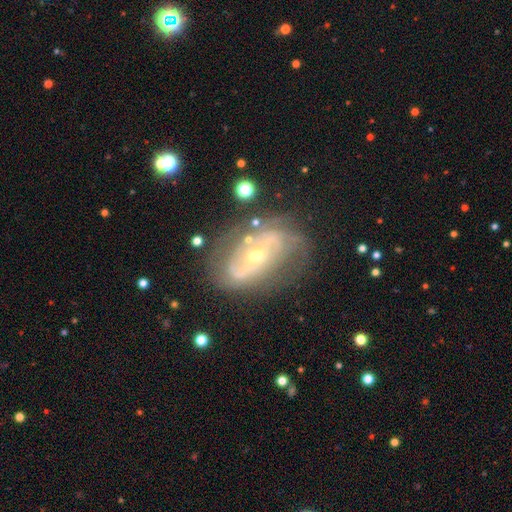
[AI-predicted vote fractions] The model was most divided on "bar": no: 34%, strong: 33%, weak: 32%. Remaining: edge-on disk — no (94%); spiral arms — yes (84%); smooth or featured — featured or disk (83%); merging — none (65%); spiral arm count — 2 (64%); bulge size — small (56%); spiral winding — medium (38%).